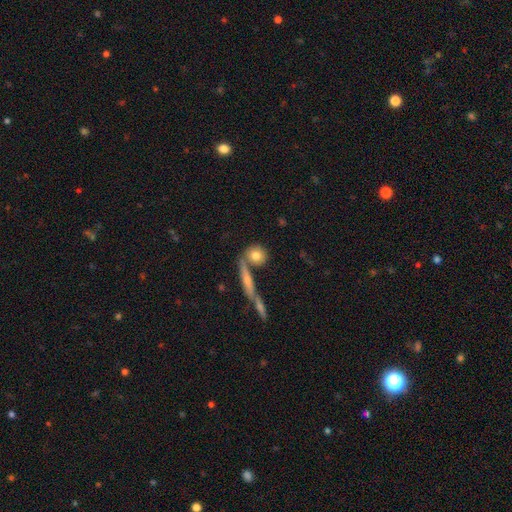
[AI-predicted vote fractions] The model was most divided on "merging": none: 63%, merger: 22%, minor disturbance: 11%, major disturbance: 4%. More confident: smooth or featured — smooth (76%); how rounded — round (73%).